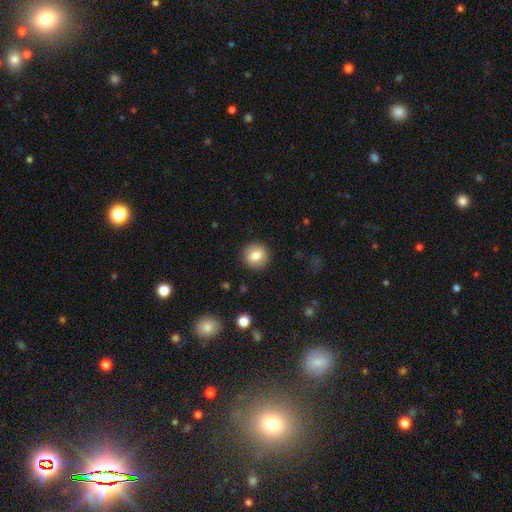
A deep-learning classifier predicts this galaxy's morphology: The model was most divided on "smooth or featured": smooth: 79%, featured or disk: 12%, star or artifact: 9%. More confident: merging — none (91%); how rounded — round (90%).